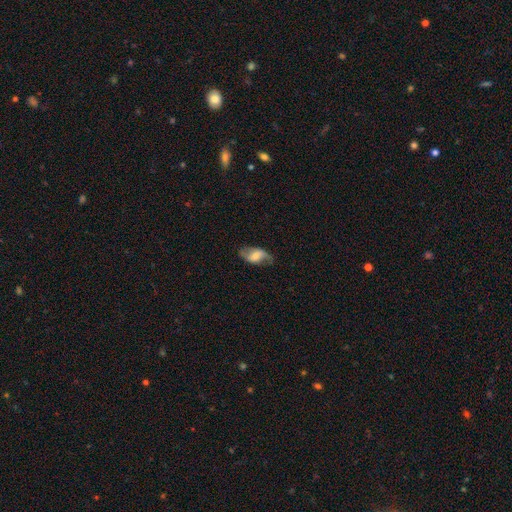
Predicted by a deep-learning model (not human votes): smooth-or-featured: featured or disk: 55% | smooth: 37% | star or artifact: 8%
  disk-edge-on: no: 93% | yes: 7%
    bar: weak: 42% | no: 34% | strong: 24%
    has-spiral-arms: yes: 84% | no: 16%
    bulge-size: moderate: 40% | small: 38% | large: 11% | none: 10% | dominant: 2%
  merging: none: 69% | minor disturbance: 21% | major disturbance: 9% | merger: 1%